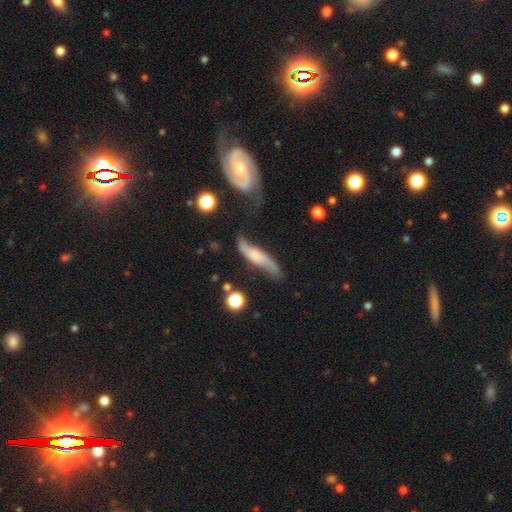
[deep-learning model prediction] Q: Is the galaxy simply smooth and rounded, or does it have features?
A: featured or disk — 67%.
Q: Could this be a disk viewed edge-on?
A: no — 66%.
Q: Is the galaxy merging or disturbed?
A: none — 48%.